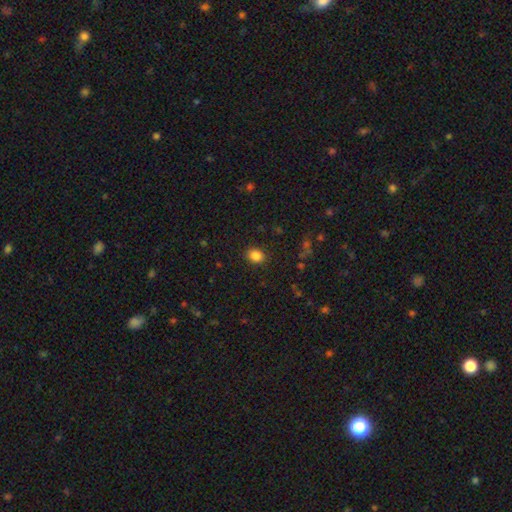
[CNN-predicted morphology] smooth_or_featured: smooth (p=0.85) [alt: star or artifact p=0.10]
how_rounded: round (p=0.50) [alt: in between p=0.49]
merging: none (p=0.89) [alt: minor disturbance p=0.08]